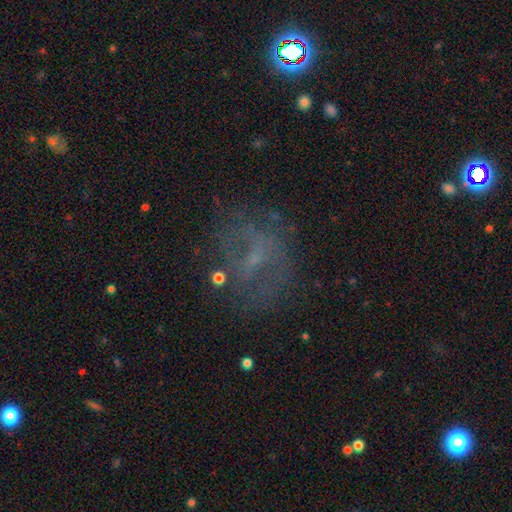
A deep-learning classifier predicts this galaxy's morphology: This appears to be a featured or disk galaxy (46%). Merging: none (58%).